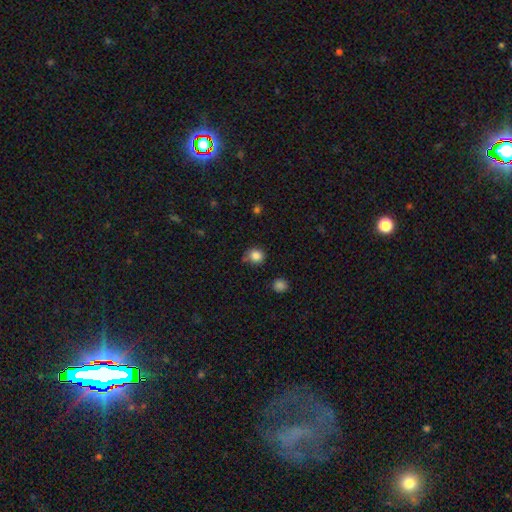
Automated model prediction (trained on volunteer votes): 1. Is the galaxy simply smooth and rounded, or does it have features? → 84% smooth, 11% star or artifact, 4% featured or disk.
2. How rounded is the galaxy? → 84% round, 15% in between, 1% cigar-shaped.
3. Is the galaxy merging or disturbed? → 71% none, 20% minor disturbance, 5% merger, 4% major disturbance.